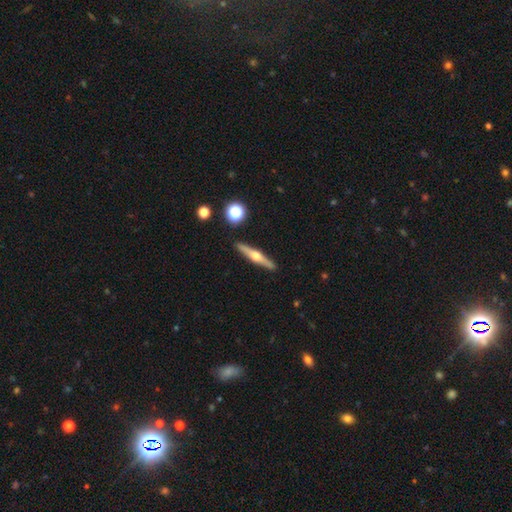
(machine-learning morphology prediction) This is likely a featured or disk galaxy (70%). It is clearly viewed edge-on (97%). Edge-on bulge: clearly rounded (94%). Merging: clearly none (91%).